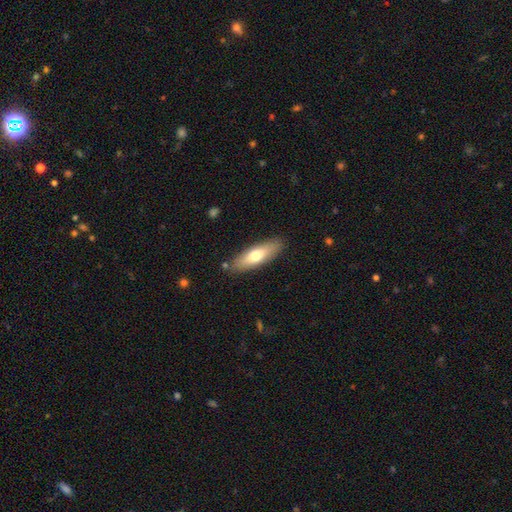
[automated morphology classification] smooth-or-featured: smooth: 65% | featured or disk: 29% | star or artifact: 6%
  how-rounded: cigar-shaped: 51% | in between: 47% | round: 2%
  merging: none: 85% | minor disturbance: 10% | merger: 2% | major disturbance: 2%